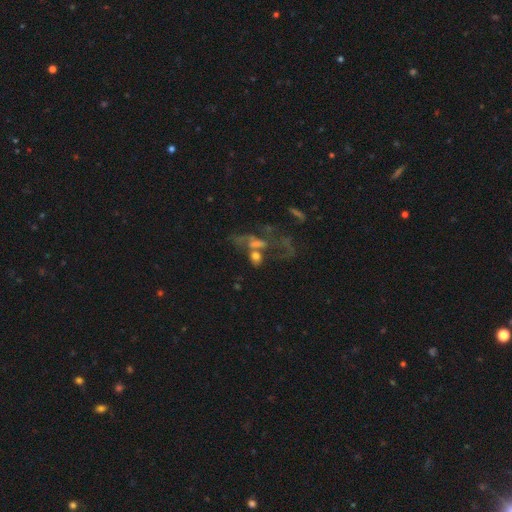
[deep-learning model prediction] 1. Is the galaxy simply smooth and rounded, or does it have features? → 47% smooth, 35% featured or disk, 19% star or artifact.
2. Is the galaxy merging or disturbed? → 43% merger, 24% none, 22% major disturbance, 11% minor disturbance.